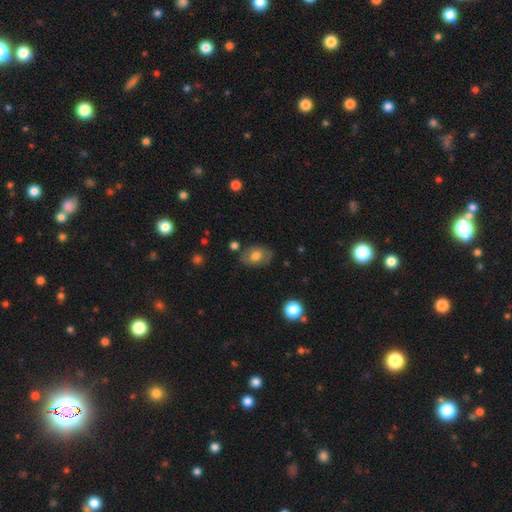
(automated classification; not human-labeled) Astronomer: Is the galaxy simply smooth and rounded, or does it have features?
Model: smooth — 67%.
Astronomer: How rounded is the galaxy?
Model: in between — 82%.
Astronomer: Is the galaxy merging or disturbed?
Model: none — 75%.